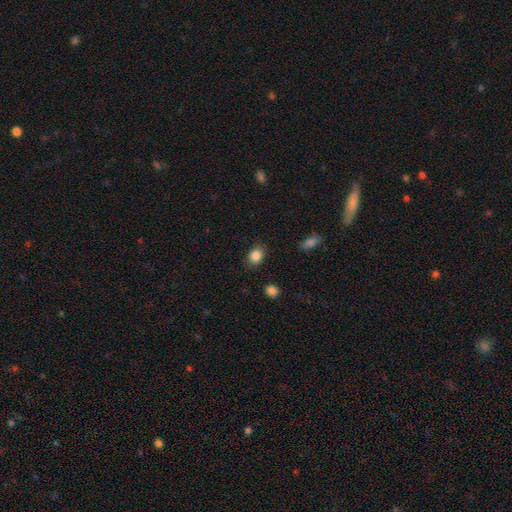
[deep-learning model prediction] Smooth or featured? smooth (86%)
How rounded? in between (54%)
Merging? none (83%)